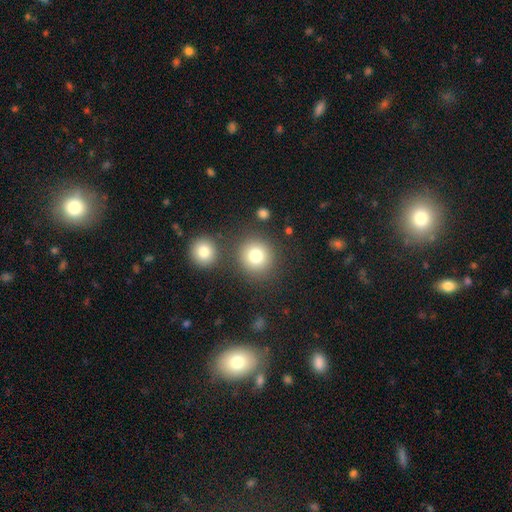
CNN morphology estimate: Overall: smooth (79%). How rounded: round (90%). Merging: none (80%).